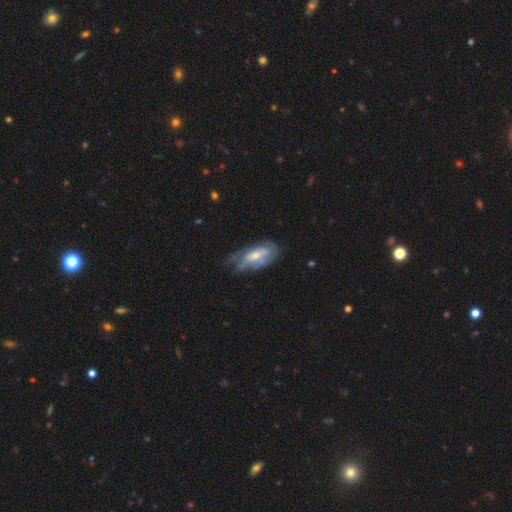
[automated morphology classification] A featured or disk galaxy (57%). Merging: none (43%).